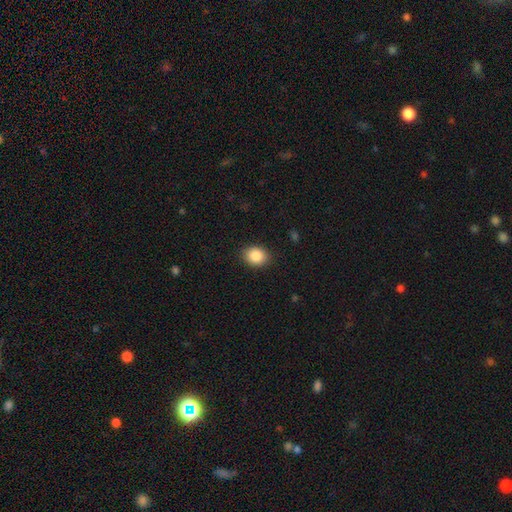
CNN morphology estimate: smooth-or-featured: smooth: 87% | star or artifact: 8% | featured or disk: 5%
  how-rounded: round: 53% | in between: 46% | cigar-shaped: 1%
  merging: none: 89% | minor disturbance: 8% | major disturbance: 2% | merger: 1%